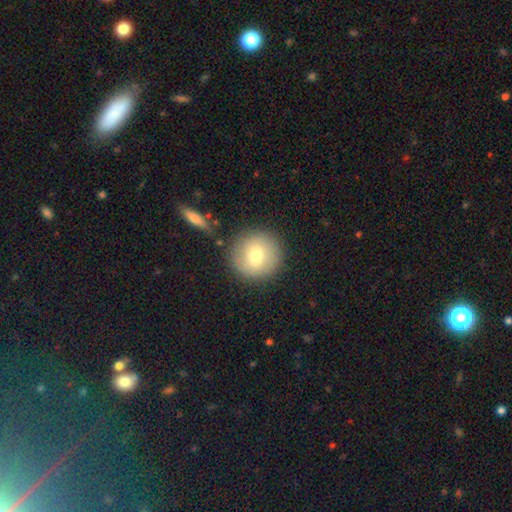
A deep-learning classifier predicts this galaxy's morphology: type=smooth (72%); roundness=round (95%); merging=none (84%).